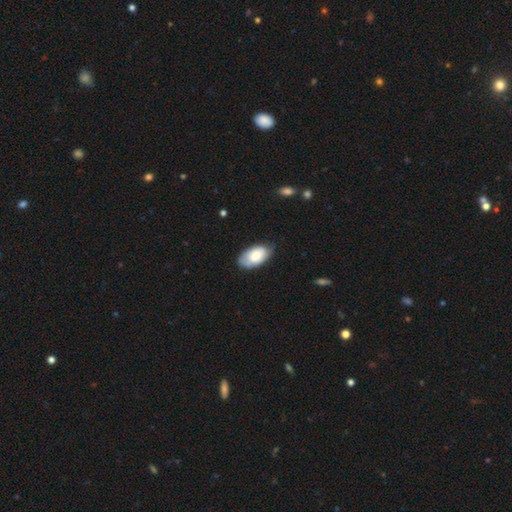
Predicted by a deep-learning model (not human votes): Smooth or featured: smooth — 68% (featured or disk — 25%)
How rounded: in between — 94% (round — 4%)
Merging: none — 70% (minor disturbance — 24%)